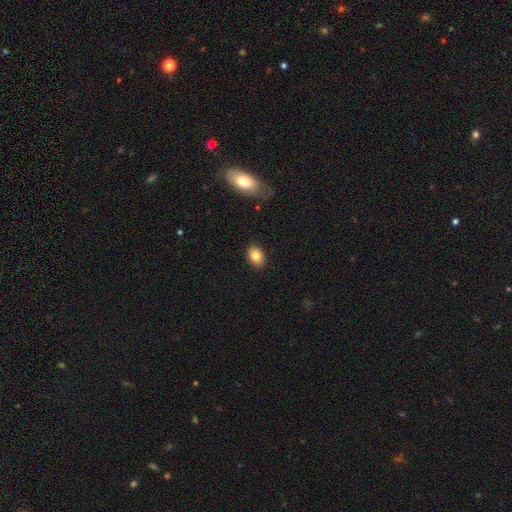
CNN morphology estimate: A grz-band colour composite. It shows a smooth galaxy with no disk features (83%) that is in between round and cigar-shaped (72%). Merging: none (89%).